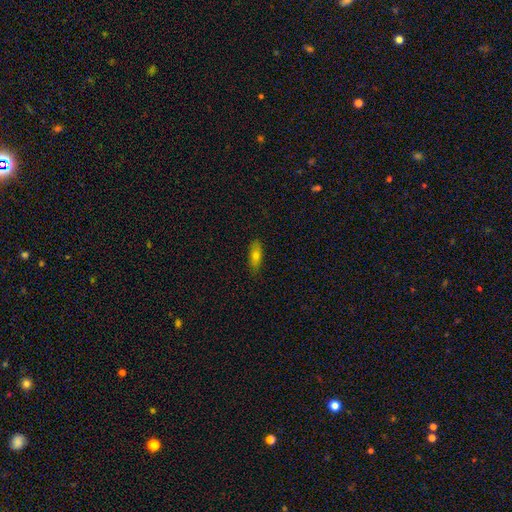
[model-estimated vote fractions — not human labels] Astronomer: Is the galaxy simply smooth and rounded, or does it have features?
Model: smooth — 73%.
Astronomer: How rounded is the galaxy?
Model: in between — 67%.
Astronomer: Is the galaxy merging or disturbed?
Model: none — 84%.